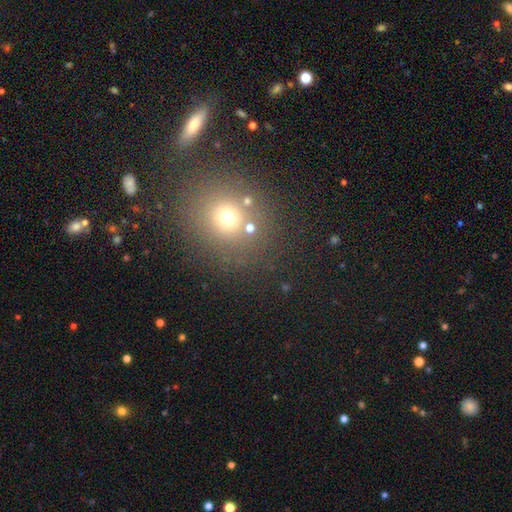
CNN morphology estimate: A smooth galaxy with no disk features (52%) that is round (78%).

Vote fractions:
- Smooth or featured? smooth: 52% / star or artifact: 36% / featured or disk: 12%
- How rounded? round: 78% / in between: 20% / cigar-shaped: 2%
- Merging? none: 72% / merger: 14% / minor disturbance: 9% / major disturbance: 4%